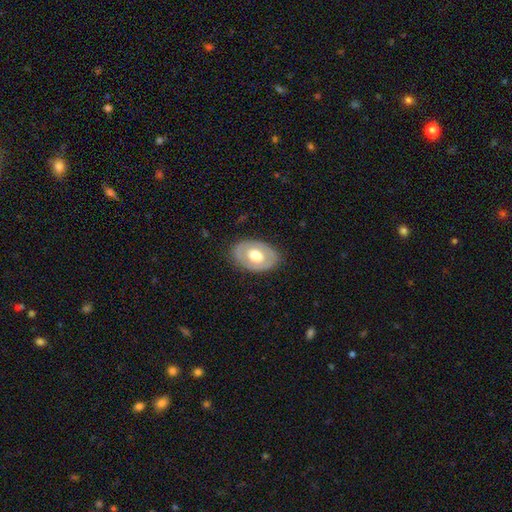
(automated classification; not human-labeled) Smooth or featured? smooth (48%)
Merging? none (81%)